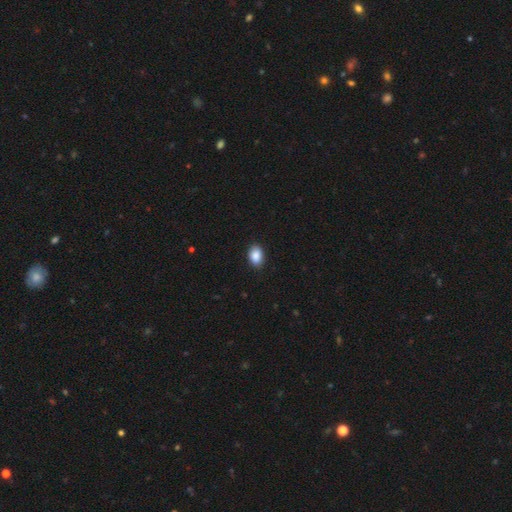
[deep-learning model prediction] Smooth or featured: smooth — 89% (star or artifact — 7%)
How rounded: in between — 86% (round — 13%)
Merging: none — 88% (minor disturbance — 9%)